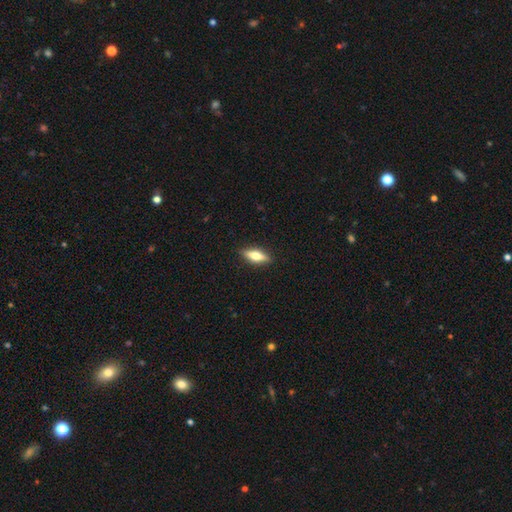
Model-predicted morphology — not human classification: Smooth or featured: smooth — 56% (featured or disk — 38%)
How rounded: in between — 55% (cigar-shaped — 42%)
Merging: none — 89% (minor disturbance — 8%)